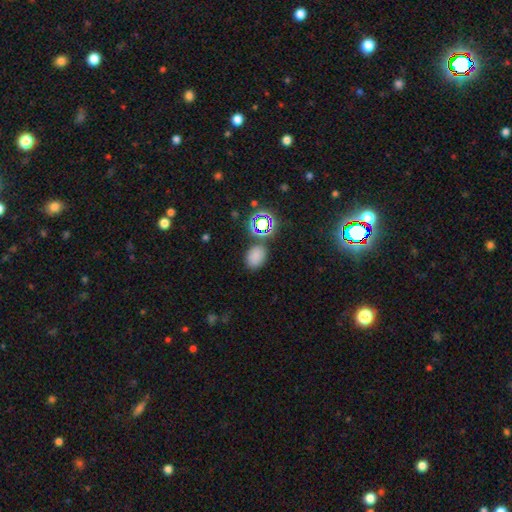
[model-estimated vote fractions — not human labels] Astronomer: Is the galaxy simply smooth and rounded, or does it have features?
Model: smooth — 72%.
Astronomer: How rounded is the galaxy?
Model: in between — 72%.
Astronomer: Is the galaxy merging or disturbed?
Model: none — 76%.